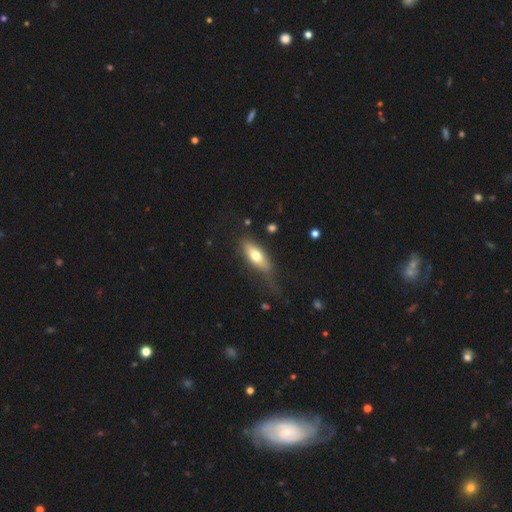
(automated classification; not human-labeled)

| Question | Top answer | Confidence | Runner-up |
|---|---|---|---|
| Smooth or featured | smooth | 65% | featured or disk (29%) |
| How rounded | in between | 68% | cigar-shaped (29%) |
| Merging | none | 58% | minor disturbance (26%) |